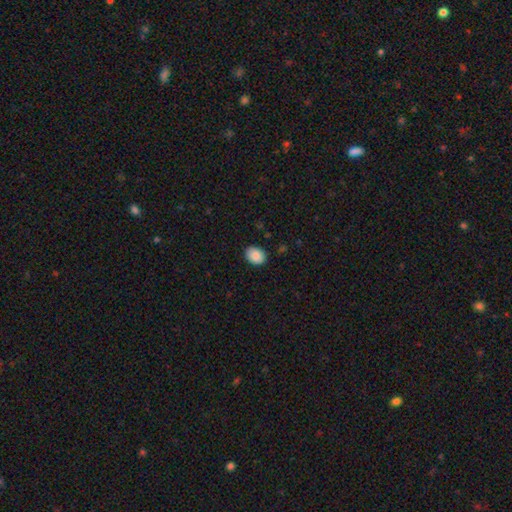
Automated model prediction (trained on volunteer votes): smooth 89%, star or artifact 7%, featured or disk 4%. Down the decision tree: how rounded — in between (63%); merging — none (86%).